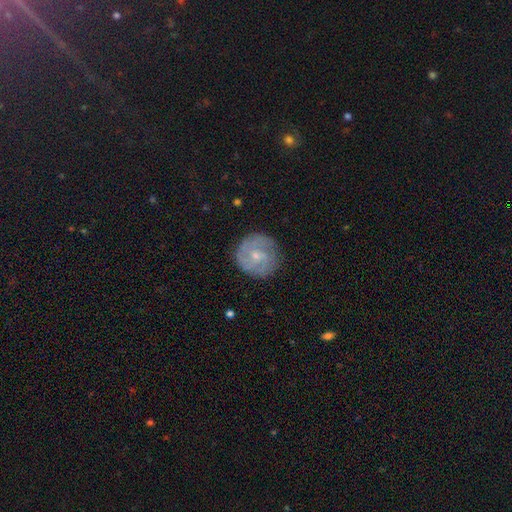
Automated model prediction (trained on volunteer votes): This appears to be a featured or disk galaxy (74%) with no bar (61%), 2 (29%) tight (53%) spiral arms (93%) and a small central bulge (69%). Merging: none (81%).